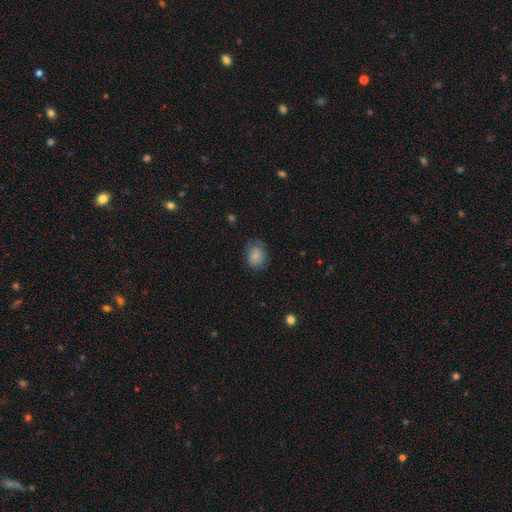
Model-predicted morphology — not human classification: Smooth or featured: smooth — 75% (featured or disk — 17%)
How rounded: in between — 57% (round — 42%)
Merging: none — 60% (minor disturbance — 27%)